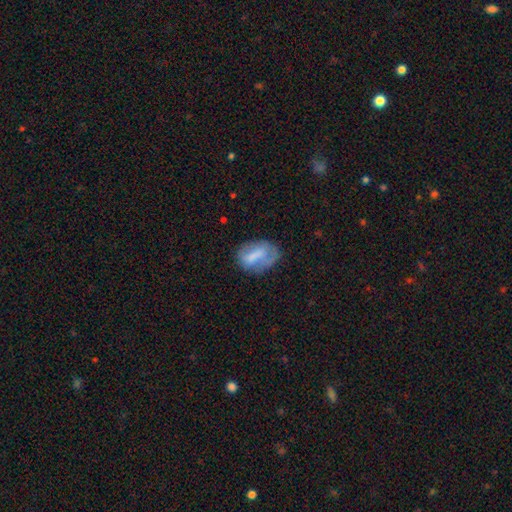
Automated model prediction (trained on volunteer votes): A smooth galaxy with no disk features (59%) that is in between round and cigar-shaped (79%). Merging: none (51%).